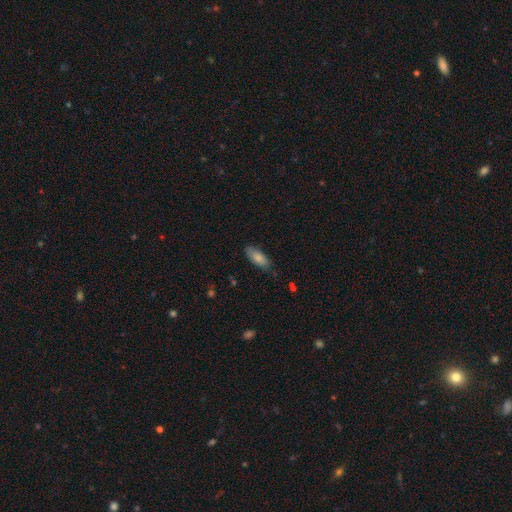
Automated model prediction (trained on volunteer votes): Overall: smooth (73%). How rounded: in between (72%). Merging: none (80%).